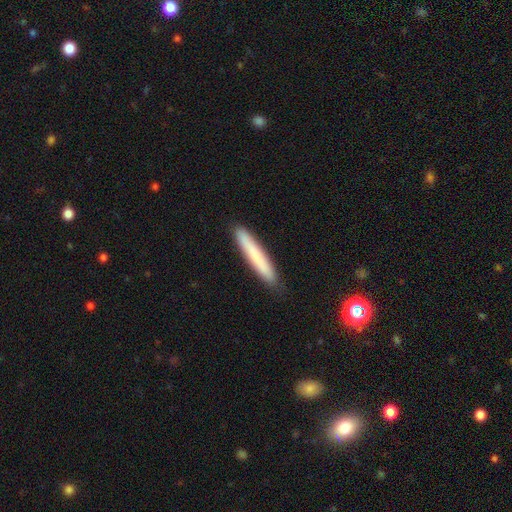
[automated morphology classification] Smooth or featured?
  - smooth: 76% *
  - featured or disk: 18%
  - star or artifact: 6%
How rounded?
  - cigar-shaped: 95% *
  - in between: 4%
  - round: 1%
Merging?
  - none: 89% *
  - minor disturbance: 8%
  - major disturbance: 1%
  - merger: 1%